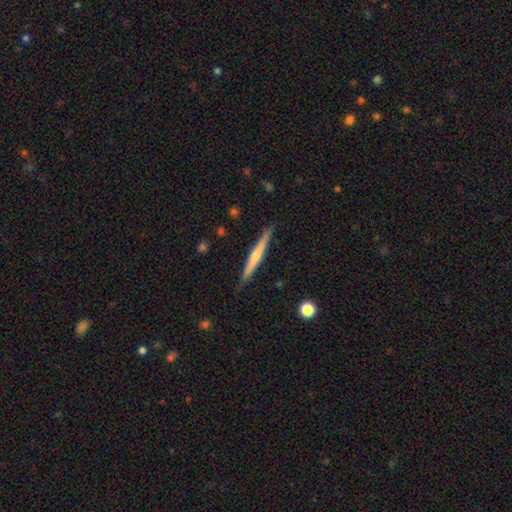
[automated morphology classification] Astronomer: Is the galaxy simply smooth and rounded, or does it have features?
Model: featured or disk — 55% (runner-up: smooth, 39%).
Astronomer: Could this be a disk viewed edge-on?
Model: yes — 97%.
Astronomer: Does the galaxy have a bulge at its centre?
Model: rounded — 61%.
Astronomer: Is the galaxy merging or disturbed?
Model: none — 87%.